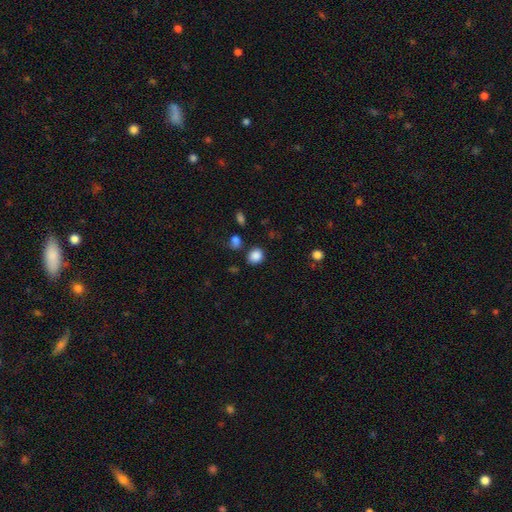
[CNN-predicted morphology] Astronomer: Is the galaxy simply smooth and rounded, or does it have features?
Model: smooth — 86%.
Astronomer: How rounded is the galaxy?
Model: round — 74%.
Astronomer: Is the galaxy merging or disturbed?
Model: none — 80%.